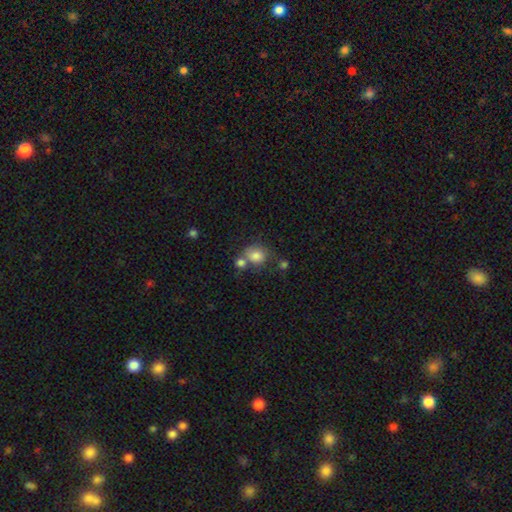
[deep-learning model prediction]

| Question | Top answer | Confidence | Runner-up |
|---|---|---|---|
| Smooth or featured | smooth | 81% | star or artifact (10%) |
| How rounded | round | 72% | in between (27%) |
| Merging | none | 51% | merger (30%) |